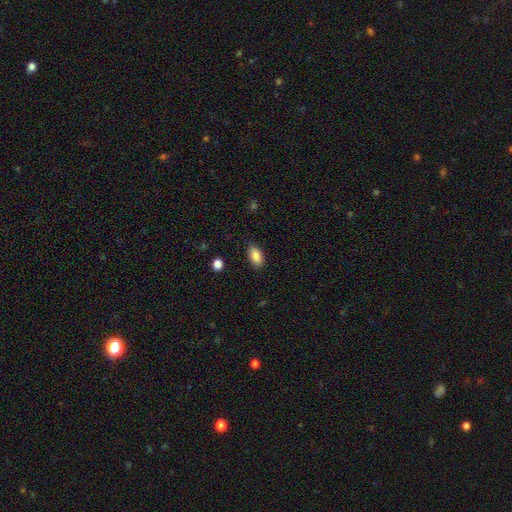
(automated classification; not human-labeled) The model was most divided on "merging": none: 86%, minor disturbance: 11%, major disturbance: 2%, merger: 1%. More confident: how rounded — in between (91%); smooth or featured — smooth (87%).